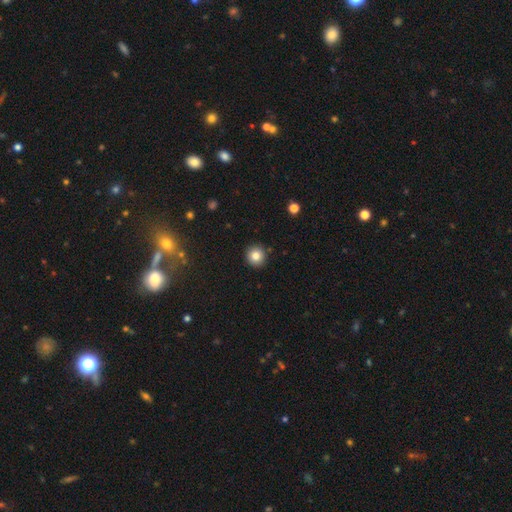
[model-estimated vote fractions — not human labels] A smooth galaxy with no disk features (82%) that is round (94%).

Vote fractions:
- Smooth or featured? smooth: 82% / star or artifact: 11% / featured or disk: 8%
- How rounded? round: 94% / in between: 5% / cigar-shaped: 1%
- Merging? none: 91% / minor disturbance: 6% / major disturbance: 2% / merger: 1%